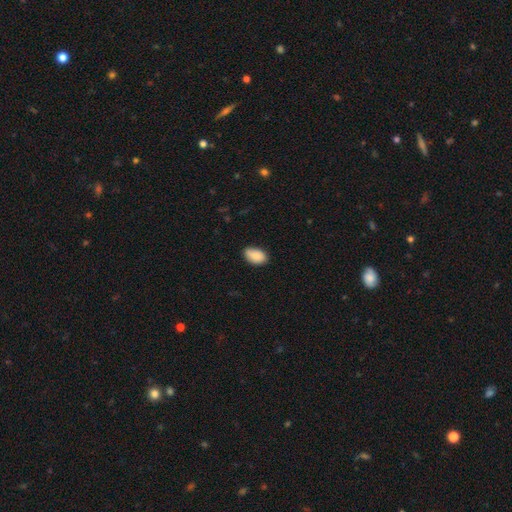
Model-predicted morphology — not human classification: A smooth galaxy with no disk features (88%) that is in between round and cigar-shaped (92%).

Vote fractions:
- Smooth or featured? smooth: 88% / star or artifact: 7% / featured or disk: 5%
- How rounded? in between: 92% / round: 7% / cigar-shaped: 1%
- Merging? none: 76% / minor disturbance: 20% / major disturbance: 3% / merger: 1%